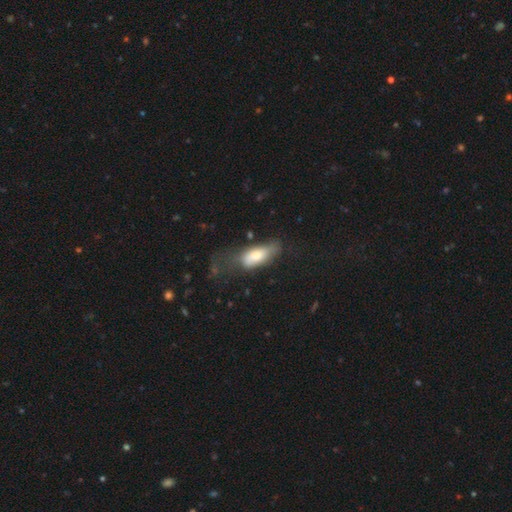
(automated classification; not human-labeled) A smooth galaxy with no disk features (65%) that is in between round and cigar-shaped (75%). Merging: none (37%).